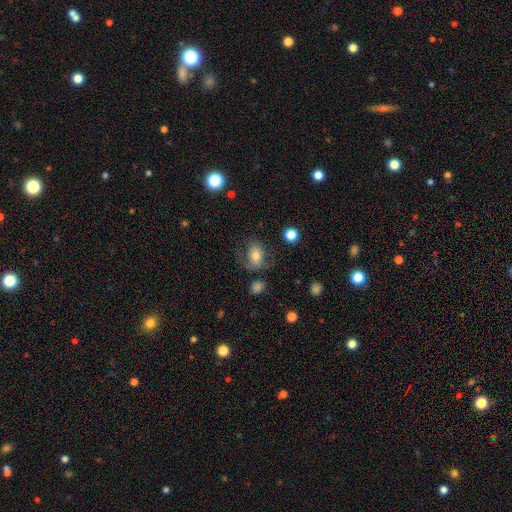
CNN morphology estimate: Overall: smooth (57%; featured or disk 33%). How rounded: in between (69%). Merging: none (49%; major disturbance 25%).